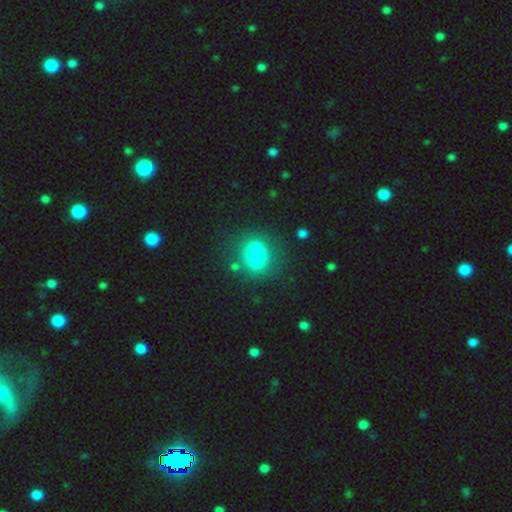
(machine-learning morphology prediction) Q: Smooth or featured?
A: smooth (64%); runner-up: featured or disk (23%)
Q: How rounded?
A: round (69%); runner-up: in between (30%)
Q: Merging?
A: none (70%); runner-up: minor disturbance (17%)